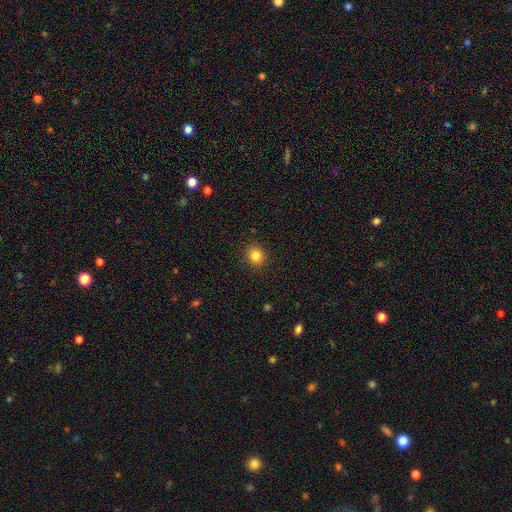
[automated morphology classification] Smooth or featured? Predicted: smooth (p=0.84). How rounded? Predicted: round (p=0.75). Merging? Predicted: none (p=0.91).